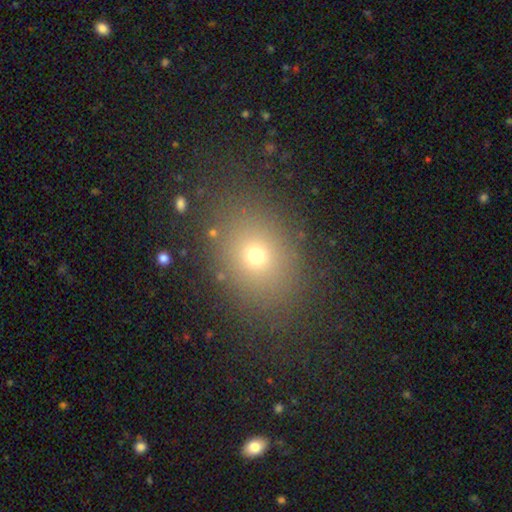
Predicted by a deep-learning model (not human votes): Overall: smooth (68%). How rounded: in between (56%; round 43%). Merging: none (84%).